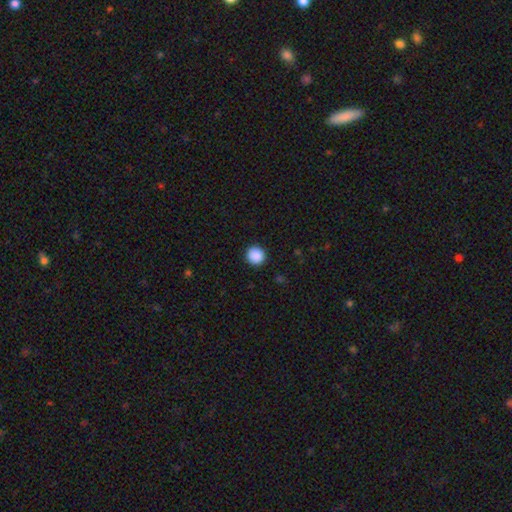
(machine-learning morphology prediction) smooth_or_featured: smooth (p=0.89) [alt: star or artifact p=0.08]
how_rounded: round (p=0.94) [alt: in between p=0.05]
merging: none (p=0.92) [alt: minor disturbance p=0.05]